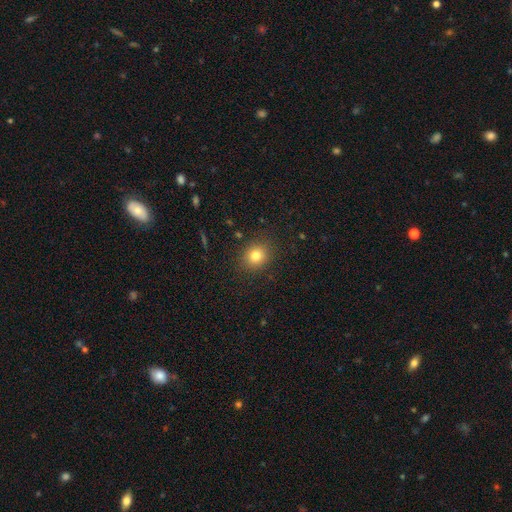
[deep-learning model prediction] smooth_or_featured: smooth (p=0.81) [alt: star or artifact p=0.12]
how_rounded: round (p=0.71) [alt: in between p=0.28]
merging: none (p=0.87) [alt: minor disturbance p=0.09]